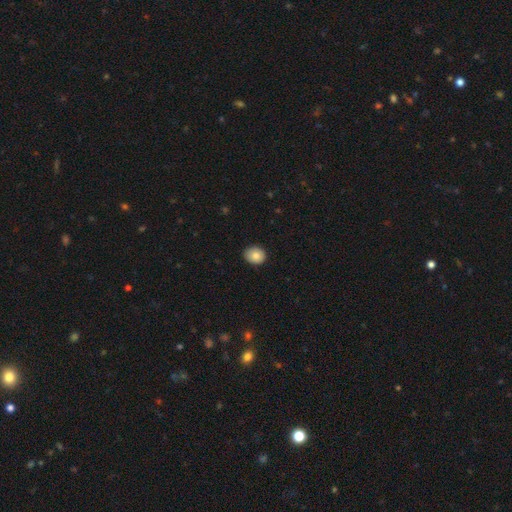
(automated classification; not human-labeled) Morphology: type=smooth (84%); roundness=round (62%); merging=none (87%).